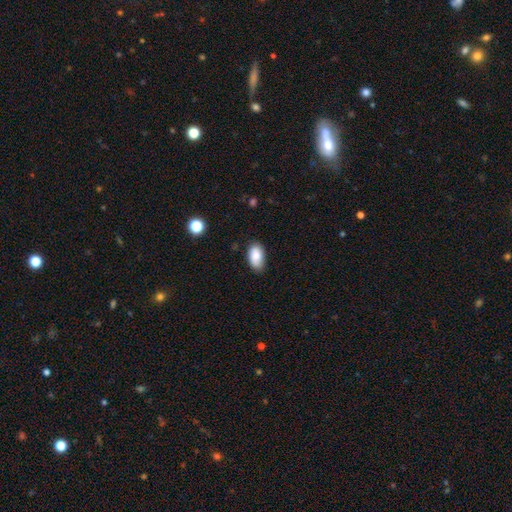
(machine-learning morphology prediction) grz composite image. It shows a smooth galaxy with no disk features (85%) that is in between round and cigar-shaped (94%). Merging: none (76%).